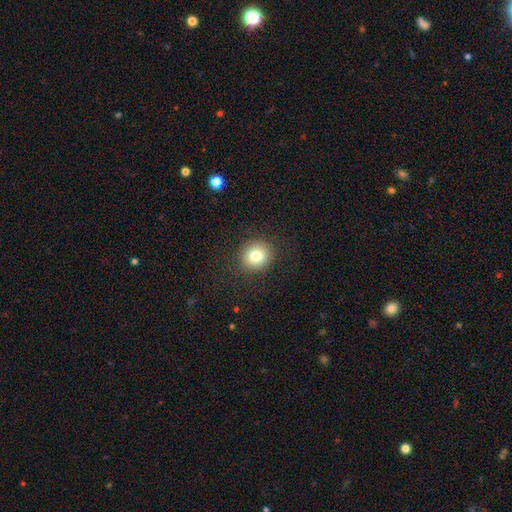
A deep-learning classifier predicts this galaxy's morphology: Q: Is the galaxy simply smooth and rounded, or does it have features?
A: smooth — 80%.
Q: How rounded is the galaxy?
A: round — 87%.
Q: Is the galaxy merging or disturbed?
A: none — 89%.